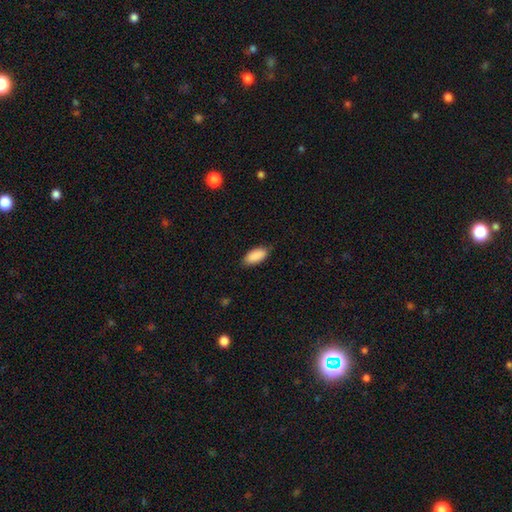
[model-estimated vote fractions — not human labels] smooth_or_featured: smooth (p=0.90) [alt: star or artifact p=0.06]
how_rounded: in between (p=0.91) [alt: cigar-shaped p=0.07]
merging: none (p=0.81) [alt: minor disturbance p=0.15]